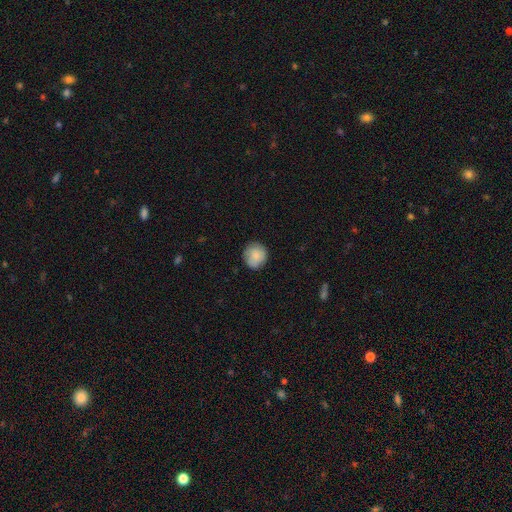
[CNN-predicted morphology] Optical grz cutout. It shows a smooth galaxy with no disk features (83%) that is round (89%). Merging: none (85%).